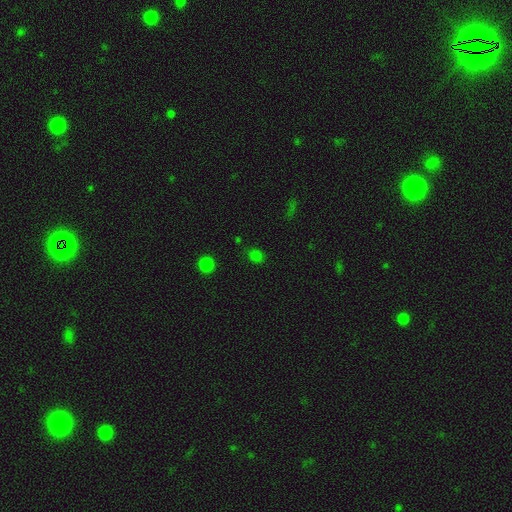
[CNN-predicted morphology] A smooth galaxy with no disk features (70%) that is round (61%).

Vote fractions:
- Smooth or featured? smooth: 70% / star or artifact: 26% / featured or disk: 4%
- How rounded? round: 61% / in between: 38% / cigar-shaped: 2%
- Merging? none: 84% / minor disturbance: 10% / major disturbance: 4% / merger: 3%